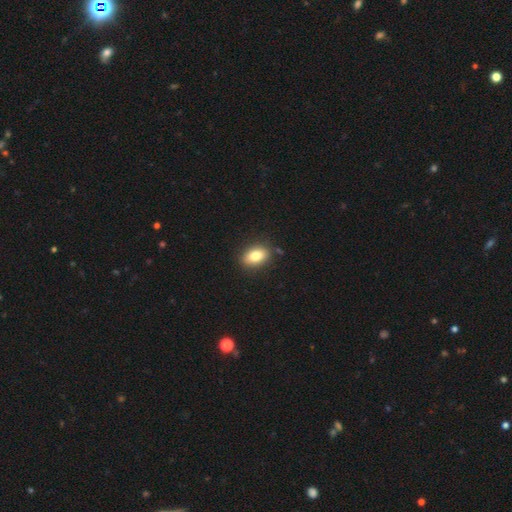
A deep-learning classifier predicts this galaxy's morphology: A smooth galaxy with no disk features (82%) that is in between round and cigar-shaped (83%). Merging: none (86%).